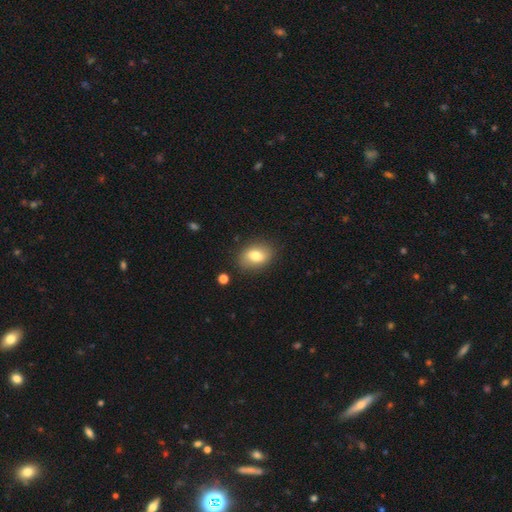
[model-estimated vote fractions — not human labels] A smooth galaxy with no disk features (75%) that is in between round and cigar-shaped (75%). Merging: none (84%).